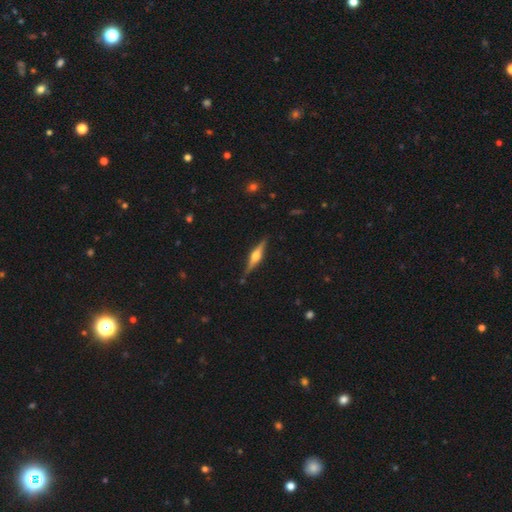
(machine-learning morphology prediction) A featured or disk galaxy (76%) viewed edge-on (98%) with a rounded central bulge (92%). Merging: none (87%).